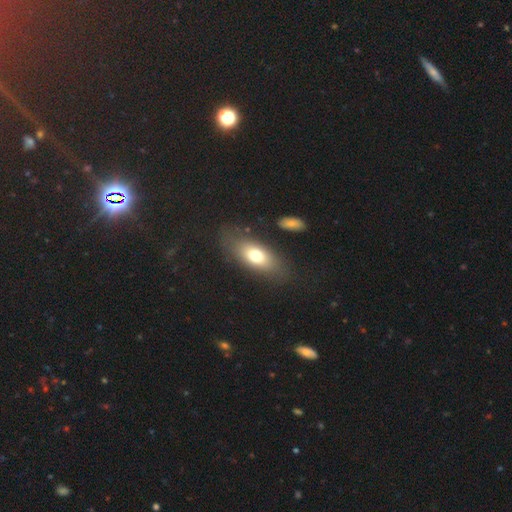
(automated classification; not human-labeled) smooth-or-featured: smooth: 70% | featured or disk: 20% | star or artifact: 9%
  how-rounded: in between: 81% | cigar-shaped: 12% | round: 7%
  merging: none: 76% | minor disturbance: 13% | major disturbance: 8% | merger: 3%